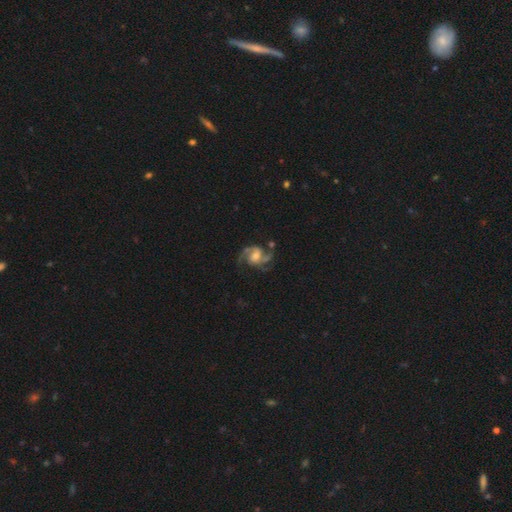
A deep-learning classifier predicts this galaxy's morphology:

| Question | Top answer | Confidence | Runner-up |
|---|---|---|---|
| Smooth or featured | featured or disk | 90% | star or artifact (5%) |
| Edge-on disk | no | 98% | yes (2%) |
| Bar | no | 48% | weak (40%) |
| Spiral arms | yes | 98% | no (2%) |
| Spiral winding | medium | 58% | loose (24%) |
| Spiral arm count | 2 | 59% | 3 (25%) |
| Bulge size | moderate | 48% | small (24%) |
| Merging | none | 66% | minor disturbance (17%) |